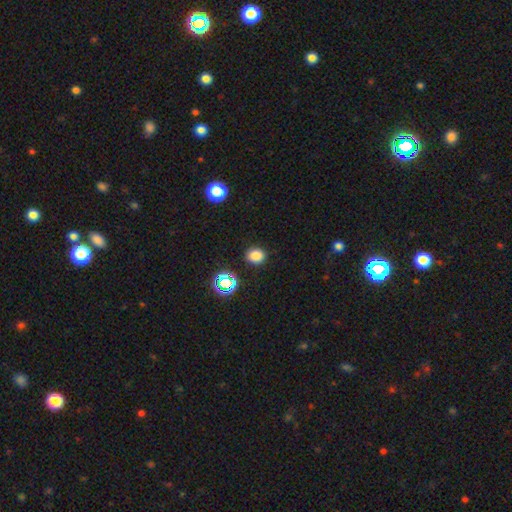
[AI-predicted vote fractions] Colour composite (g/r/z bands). It shows a smooth galaxy with no disk features (79%) that is round (68%). Merging: none (88%).